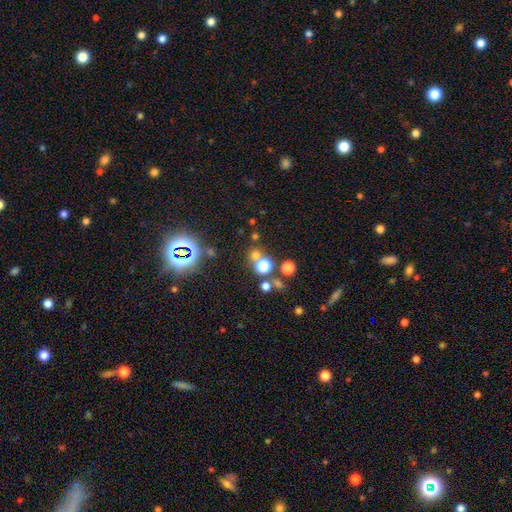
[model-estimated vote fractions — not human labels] smooth_or_featured: smooth (p=0.58) [alt: star or artifact p=0.33]
how_rounded: round (p=0.89) [alt: in between p=0.10]
merging: none (p=0.65) [alt: merger p=0.24]